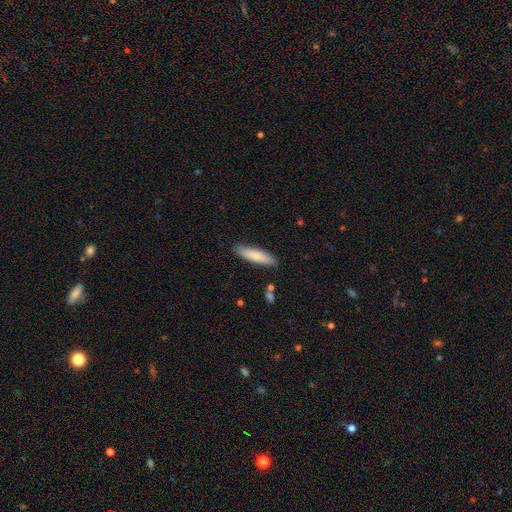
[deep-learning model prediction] smooth 77%, featured or disk 18%, star or artifact 6%. Down the decision tree: how rounded — cigar-shaped (70%); merging — none (87%).